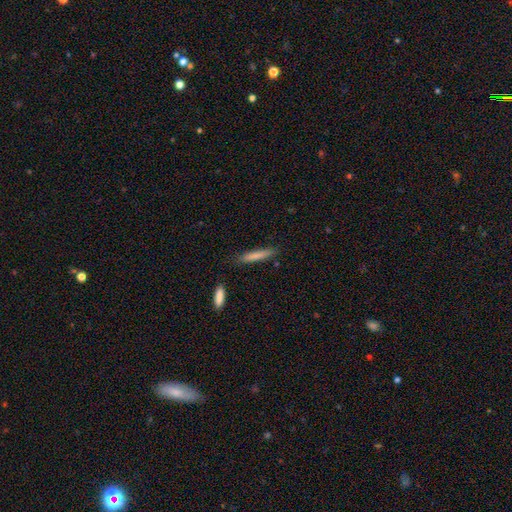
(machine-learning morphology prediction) smooth_or_featured: smooth (p=0.78) [alt: featured or disk p=0.16]
how_rounded: cigar-shaped (p=0.92) [alt: in between p=0.07]
merging: none (p=0.83) [alt: minor disturbance p=0.12]